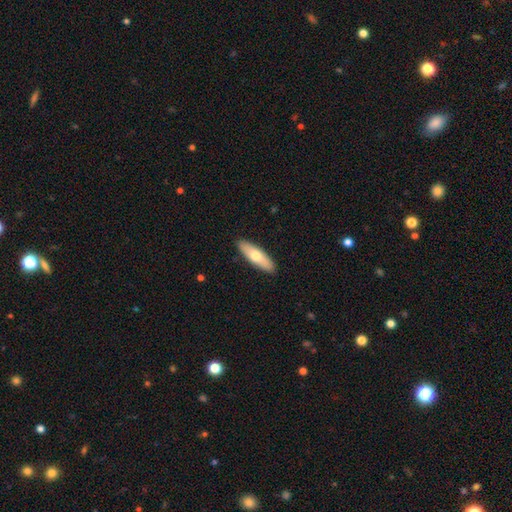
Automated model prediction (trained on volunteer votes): smooth_or_featured: smooth (p=0.64) [alt: featured or disk p=0.31]
how_rounded: cigar-shaped (p=0.51) [alt: in between p=0.47]
merging: none (p=0.90) [alt: minor disturbance p=0.07]